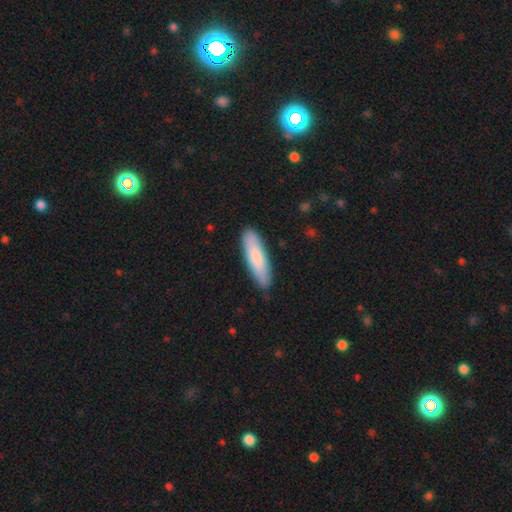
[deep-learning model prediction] smooth 80%, featured or disk 15%, star or artifact 5%. Down the decision tree: how rounded — cigar-shaped (65%); merging — none (86%).